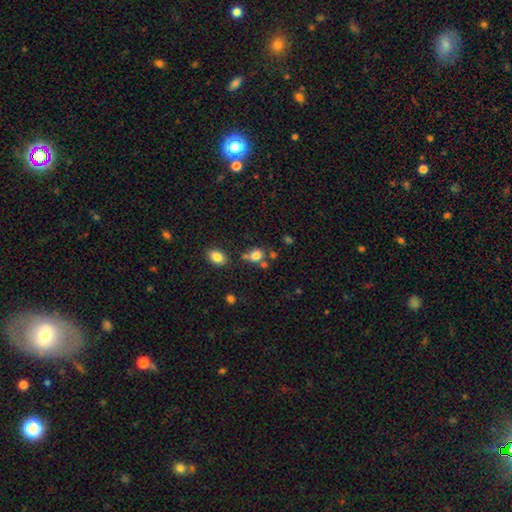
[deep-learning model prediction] smooth-or-featured: smooth: 80% | star or artifact: 12% | featured or disk: 9%
  how-rounded: in between: 52% | round: 47% | cigar-shaped: 1%
  merging: none: 53% | merger: 24% | minor disturbance: 16% | major disturbance: 6%